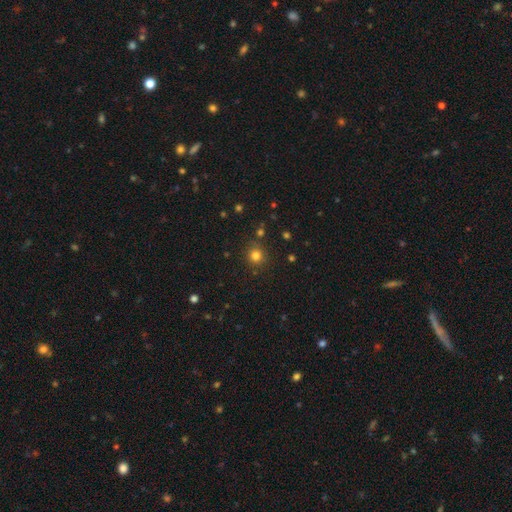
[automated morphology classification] Smooth or featured? smooth (79%)
How rounded? round (91%)
Merging? none (84%)